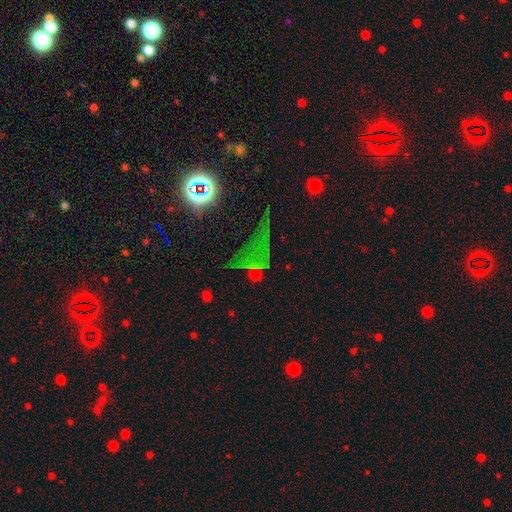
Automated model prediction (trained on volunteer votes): Smooth or featured? star or artifact (69%)